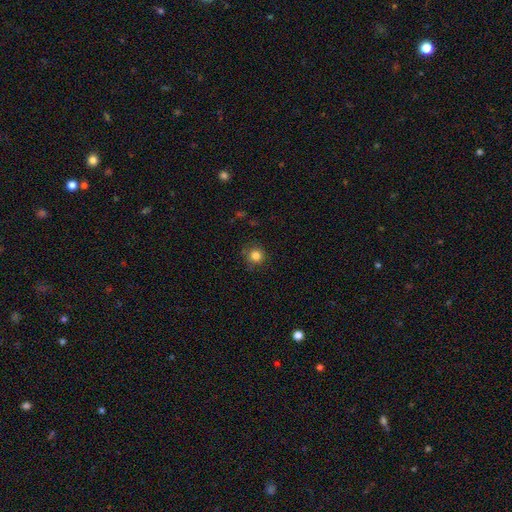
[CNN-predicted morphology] smooth 83%, star or artifact 12%, featured or disk 5%. Down the decision tree: how rounded — round (93%); merging — none (85%).